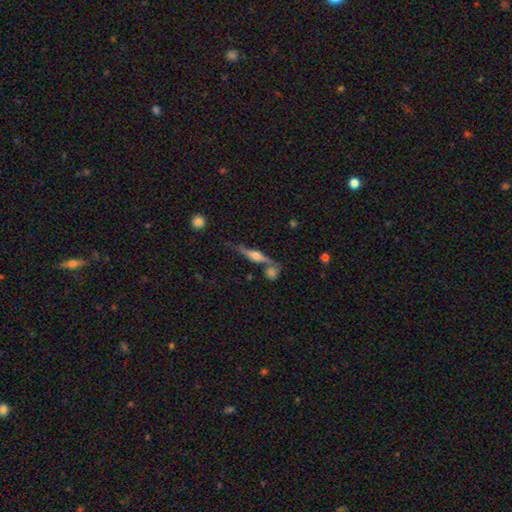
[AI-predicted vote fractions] This is likely a featured or disk galaxy (73%). It is clearly viewed edge-on (92%). Edge-on bulge: clearly rounded (92%). Merging: likely none (63%).